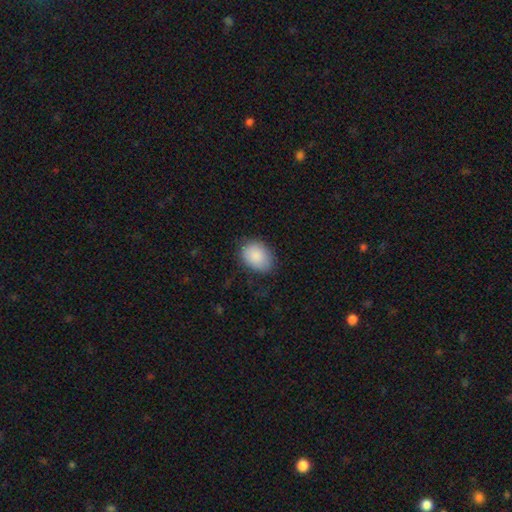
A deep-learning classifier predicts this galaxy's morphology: This is clearly a smooth galaxy (88%). How rounded: likely in between (73%). Merging: likely none (78%).